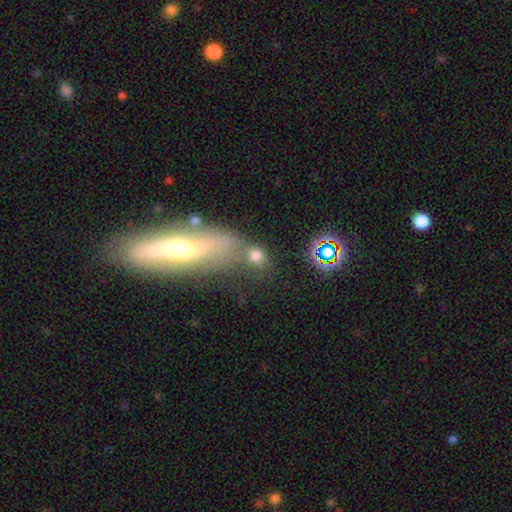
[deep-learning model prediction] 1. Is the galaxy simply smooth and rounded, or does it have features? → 66% smooth, 20% star or artifact, 14% featured or disk.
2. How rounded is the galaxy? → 64% round, 32% in between, 4% cigar-shaped.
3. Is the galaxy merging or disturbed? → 43% none, 31% merger, 13% minor disturbance, 13% major disturbance.